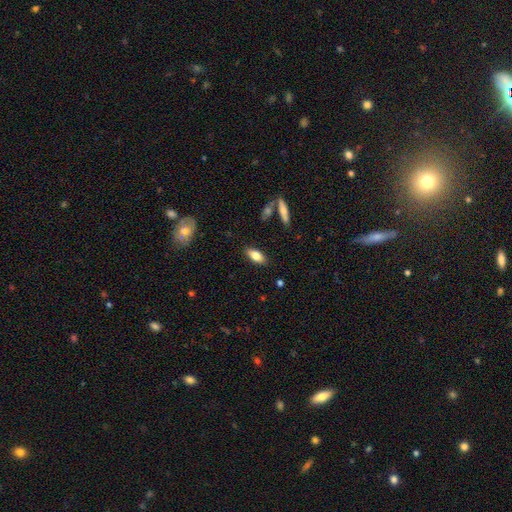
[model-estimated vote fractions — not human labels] The model was most divided on "smooth or featured": smooth: 76%, featured or disk: 16%, star or artifact: 7%. More confident: merging — none (87%); how rounded — in between (82%).